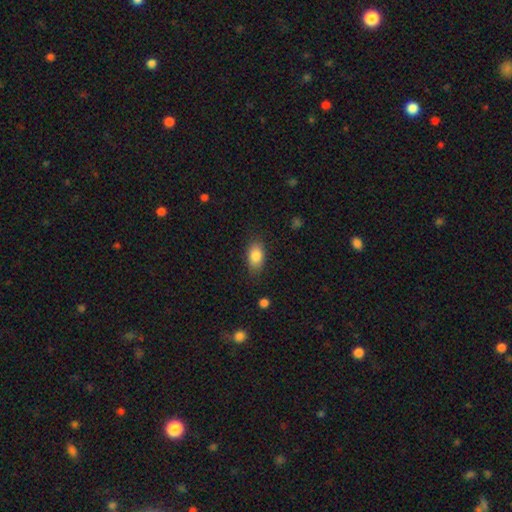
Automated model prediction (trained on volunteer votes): Smooth or featured: smooth — 85% (star or artifact — 8%)
How rounded: in between — 89% (round — 8%)
Merging: none — 82% (minor disturbance — 14%)